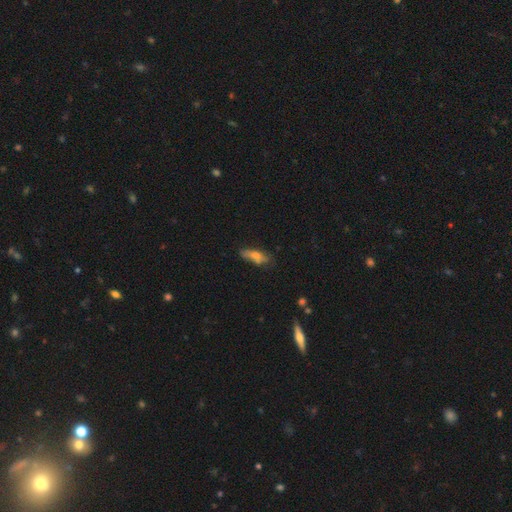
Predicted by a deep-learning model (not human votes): smooth 58%, featured or disk 34%, star or artifact 8%. Down the decision tree: how rounded — in between (51%); merging — none (61%).